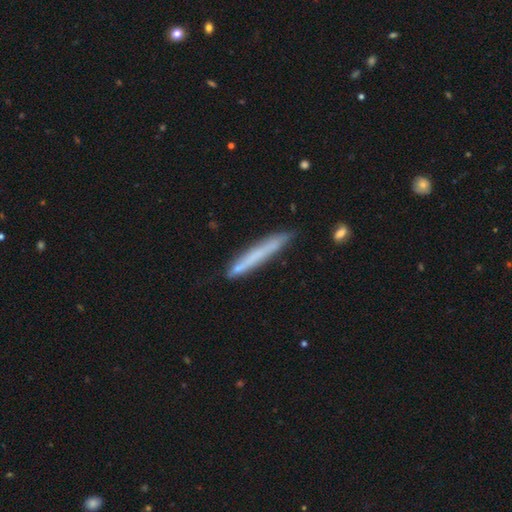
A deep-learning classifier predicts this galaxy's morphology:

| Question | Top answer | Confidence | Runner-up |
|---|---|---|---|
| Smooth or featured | smooth | 60% | featured or disk (33%) |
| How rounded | cigar-shaped | 96% | in between (3%) |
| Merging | none | 83% | minor disturbance (13%) |